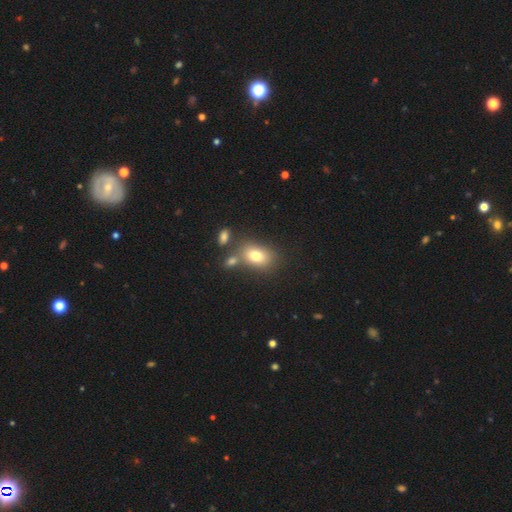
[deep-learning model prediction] Smooth or featured?
  - smooth: 76% *
  - featured or disk: 13%
  - star or artifact: 11%
How rounded?
  - in between: 74% *
  - round: 25%
  - cigar-shaped: 1%
Merging?
  - none: 63% *
  - merger: 19%
  - minor disturbance: 13%
  - major disturbance: 5%